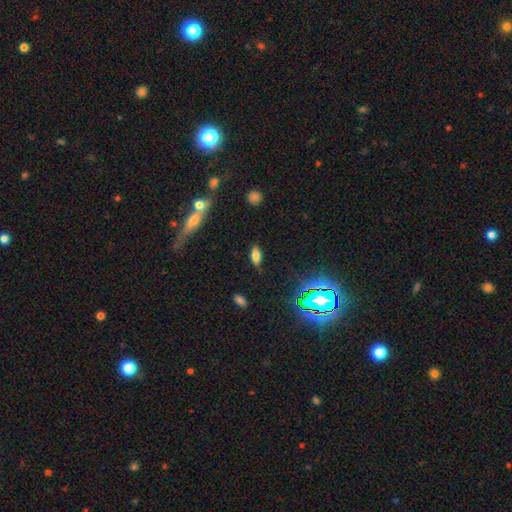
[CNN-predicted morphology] smooth 67%, featured or disk 17%, star or artifact 16%. Down the decision tree: how rounded — in between (76%); merging — none (76%).